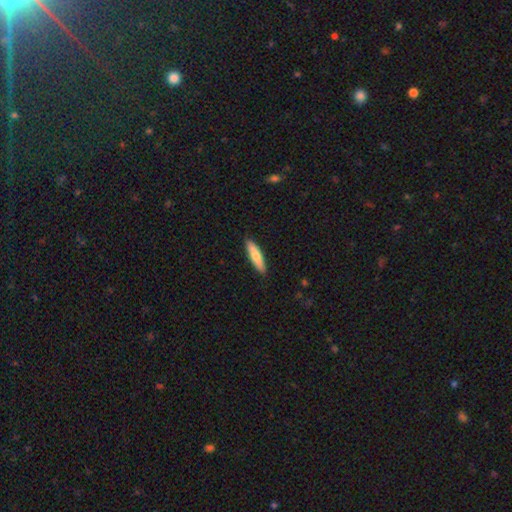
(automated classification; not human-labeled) This appears to be a smooth galaxy with no disk features (74%) that is cigar-shaped (75%). Merging: none (90%).